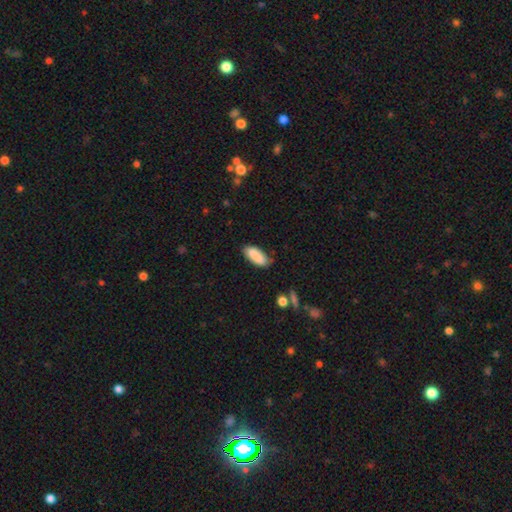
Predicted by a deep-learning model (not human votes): A smooth galaxy with no disk features (87%) that is in between round and cigar-shaped (76%).

Vote fractions:
- Smooth or featured? smooth: 87% / star or artifact: 7% / featured or disk: 6%
- How rounded? in between: 76% / cigar-shaped: 22% / round: 2%
- Merging? none: 76% / minor disturbance: 18% / major disturbance: 3% / merger: 3%